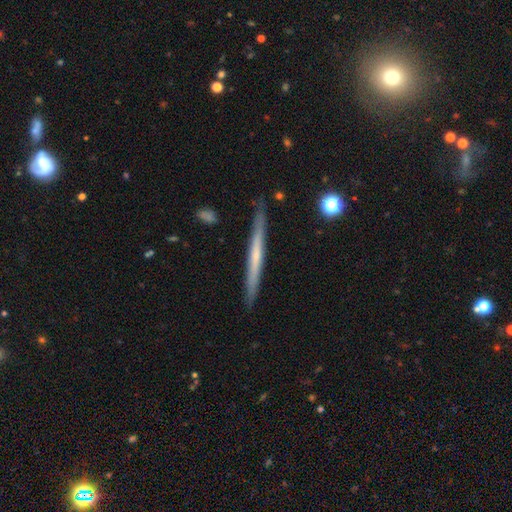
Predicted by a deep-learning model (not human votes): Smooth or featured? featured or disk (56%)
Edge-on disk? yes (97%)
Edge-on bulge? none (74%)
Merging? none (88%)